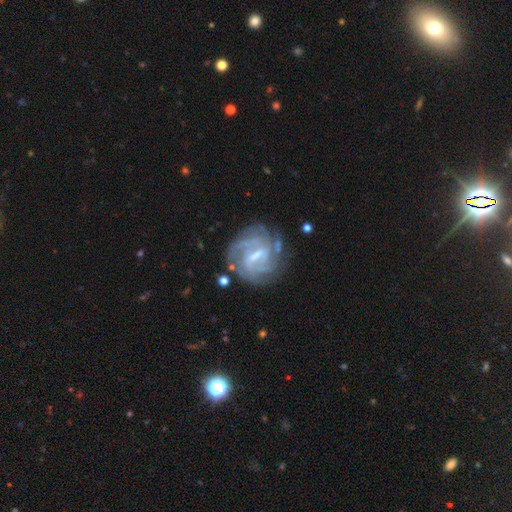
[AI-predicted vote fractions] The model was most divided on "bar": weak: 50%, strong: 39%, no: 11%. Remaining: edge-on disk — no (97%); spiral arms — yes (93%); smooth or featured — featured or disk (85%); merging — none (72%); spiral winding — tight (60%); bulge size — small (49%); spiral arm count — can't tell (33%).